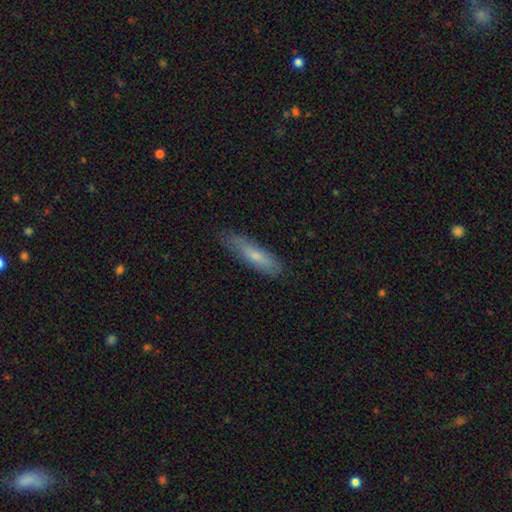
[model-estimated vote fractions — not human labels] Morphology: type=smooth (66%); roundness=cigar-shaped (74%); merging=none (75%).